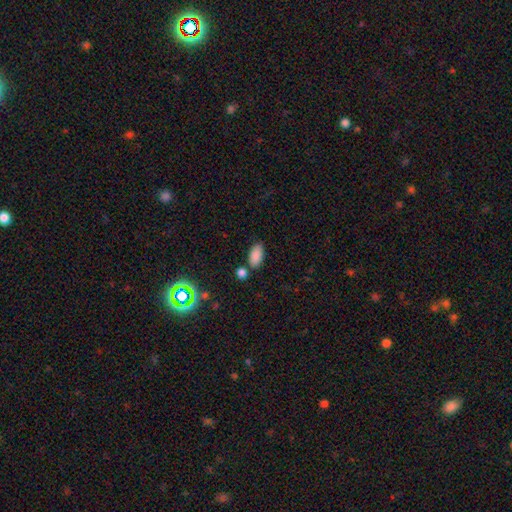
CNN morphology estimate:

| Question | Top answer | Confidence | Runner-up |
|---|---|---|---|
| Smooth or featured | smooth | 86% | star or artifact (9%) |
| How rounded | in between | 92% | cigar-shaped (4%) |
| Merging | none | 73% | minor disturbance (13%) |